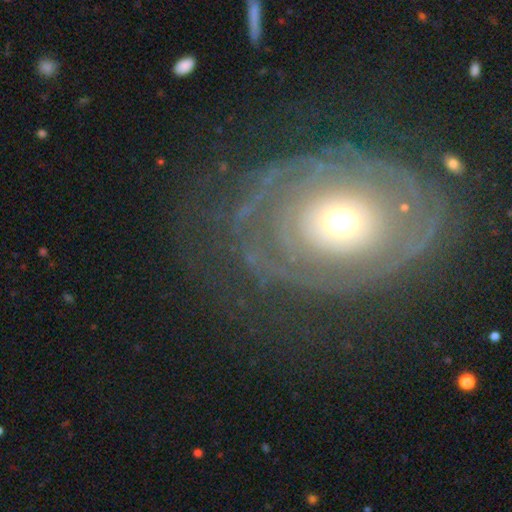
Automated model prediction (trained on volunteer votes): featured or disk 75%, smooth 15%, star or artifact 10%. Down the decision tree: edge-on disk — no (95%); bar — no (85%); spiral arms — yes (76%); spiral arm count — can't tell (43%); spiral winding — tight (71%); bulge size — moderate (62%); merging — none (67%).